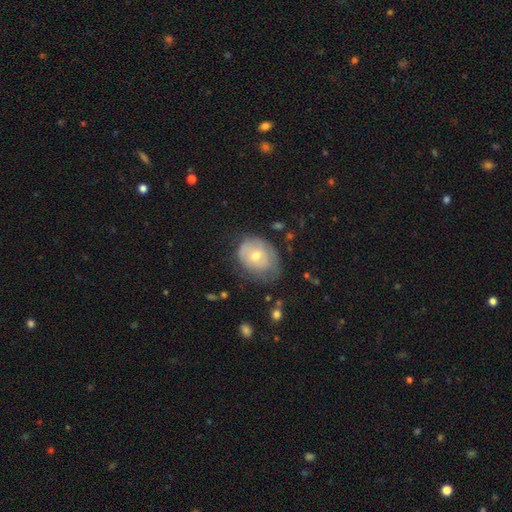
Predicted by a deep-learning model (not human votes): This is possibly a smooth galaxy (52%). How rounded: possibly in between (51%). Merging: possibly none (46%).